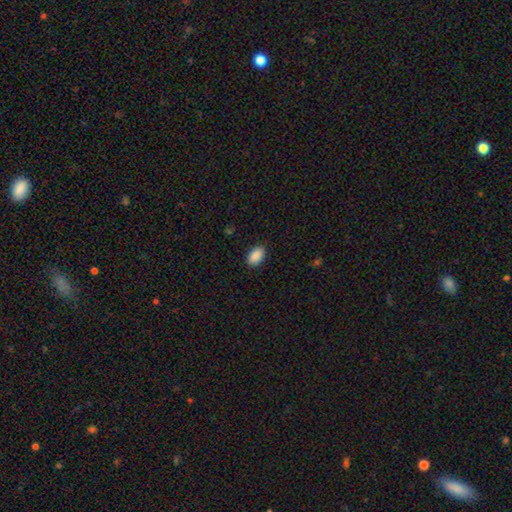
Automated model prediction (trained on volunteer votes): Smooth or featured: smooth — 90% (star or artifact — 7%)
How rounded: in between — 93% (round — 6%)
Merging: none — 88% (minor disturbance — 9%)